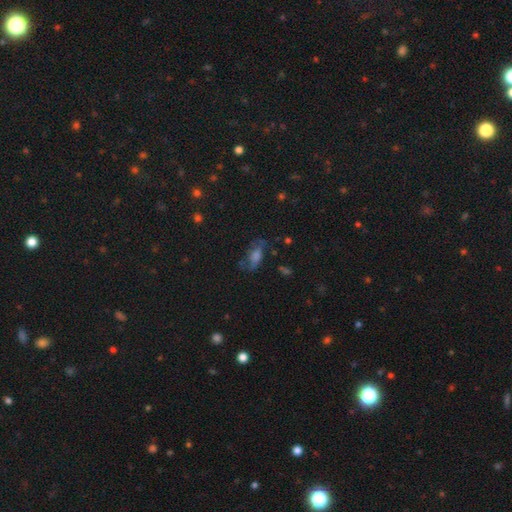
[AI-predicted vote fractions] Smooth or featured: featured or disk — 43% (smooth — 34%)
Merging: none — 60% (minor disturbance — 21%)